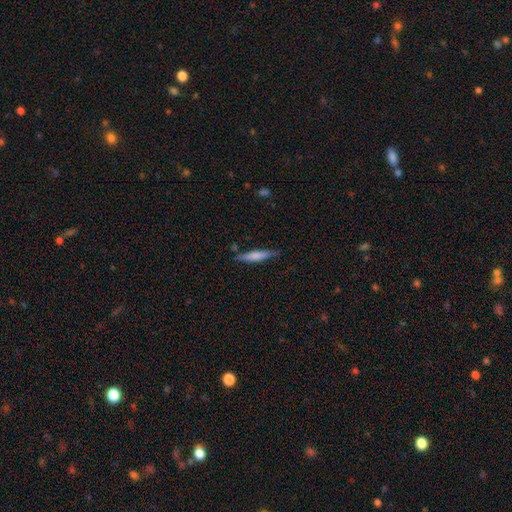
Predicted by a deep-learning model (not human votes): Morphology: type=smooth (65%); roundness=cigar-shaped (89%); merging=none (80%).